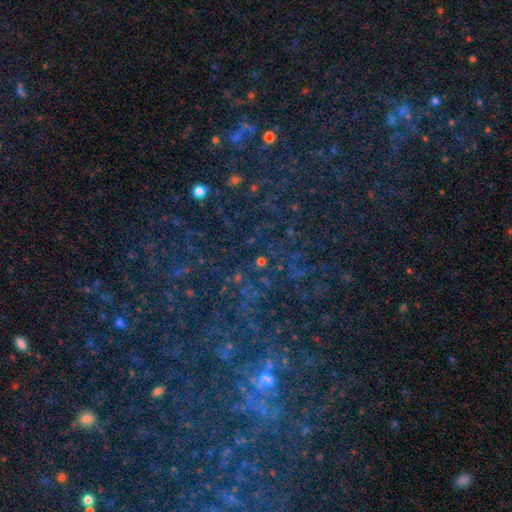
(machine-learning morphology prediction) This is likely a star or artifact rather than a galaxy (76%).